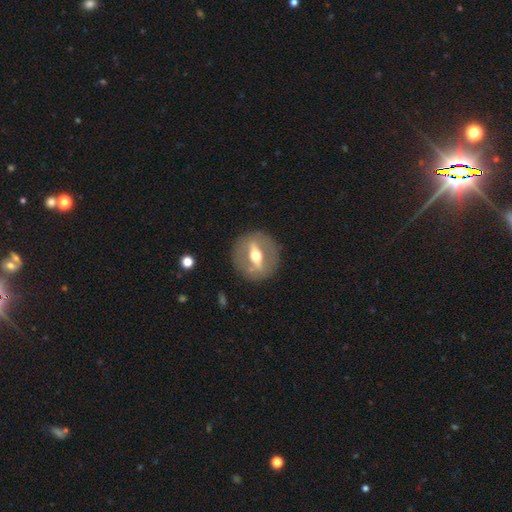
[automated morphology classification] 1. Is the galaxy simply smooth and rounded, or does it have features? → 74% featured or disk, 20% smooth, 6% star or artifact.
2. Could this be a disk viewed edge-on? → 57% no, 43% yes.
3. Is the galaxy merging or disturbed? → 87% none, 8% minor disturbance, 4% major disturbance, 1% merger.